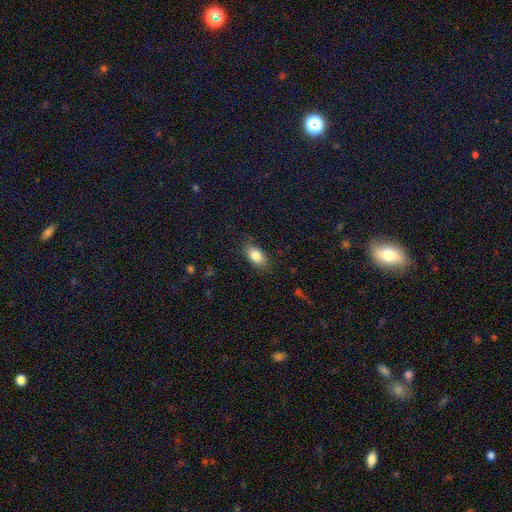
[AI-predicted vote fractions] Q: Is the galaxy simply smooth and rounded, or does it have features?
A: smooth — 84%.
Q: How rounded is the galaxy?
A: in between — 90%.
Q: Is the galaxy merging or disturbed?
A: none — 83%.